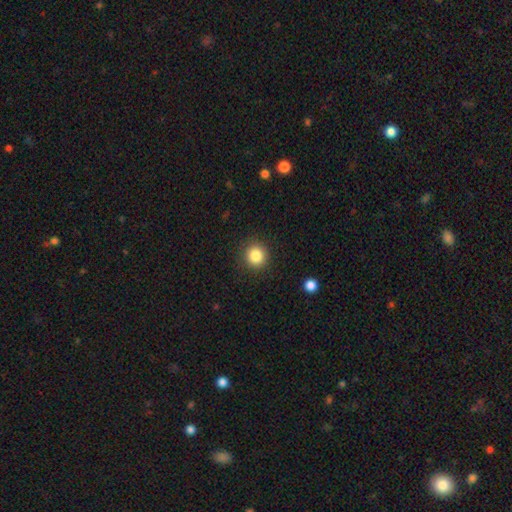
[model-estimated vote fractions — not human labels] smooth 84%, star or artifact 10%, featured or disk 5%. Down the decision tree: how rounded — round (92%); merging — none (90%).